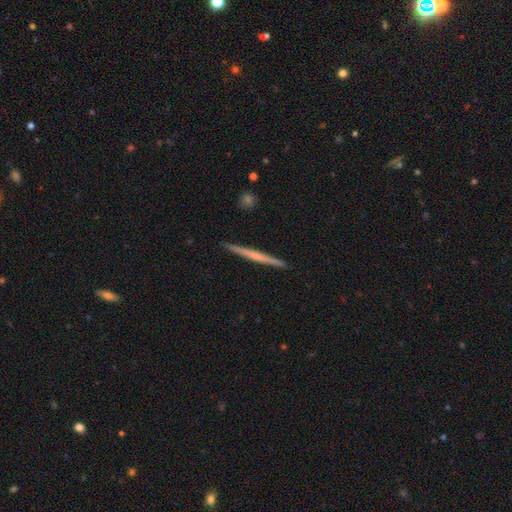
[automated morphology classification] Smooth or featured?
  - featured or disk: 56% *
  - smooth: 38%
  - star or artifact: 5%
Edge-on disk?
  - yes: 98% *
  - no: 2%
Edge-on bulge?
  - none: 74% *
  - rounded: 19%
  - boxy: 7%
Merging?
  - none: 92% *
  - minor disturbance: 5%
  - major disturbance: 1%
  - merger: 1%